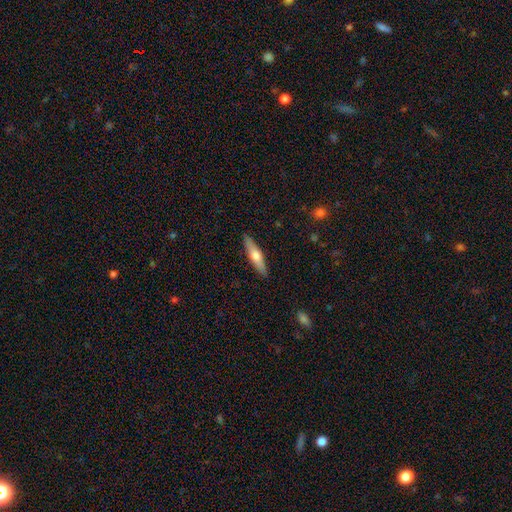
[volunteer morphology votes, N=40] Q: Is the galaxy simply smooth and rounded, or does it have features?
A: smooth — 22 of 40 (55%).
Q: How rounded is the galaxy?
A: cigar-shaped — 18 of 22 (82%).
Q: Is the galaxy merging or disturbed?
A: none — 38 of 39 (97%).